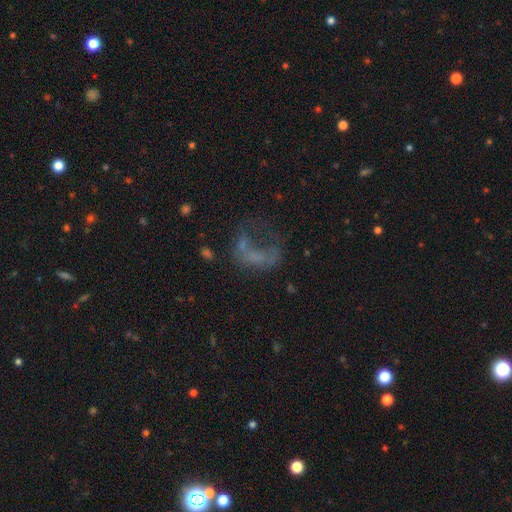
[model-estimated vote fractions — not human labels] Q: Smooth or featured?
A: featured or disk (45%); runner-up: smooth (33%)
Q: Merging?
A: major disturbance (46%); runner-up: none (30%)